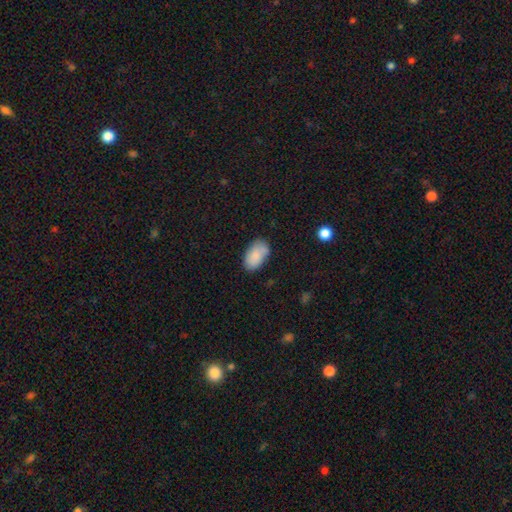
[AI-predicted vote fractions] A smooth galaxy with no disk features (85%) that is in between round and cigar-shaped (93%). Merging: none (70%).